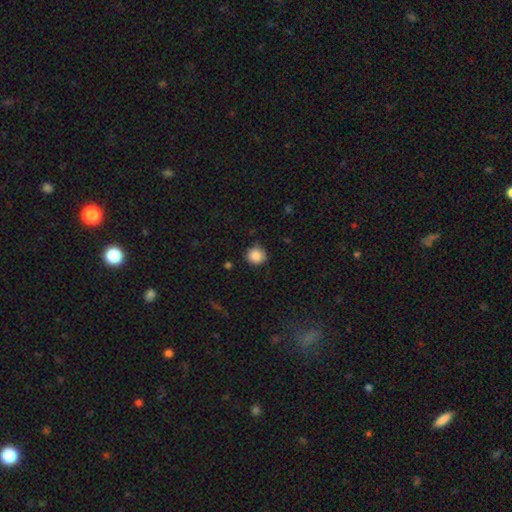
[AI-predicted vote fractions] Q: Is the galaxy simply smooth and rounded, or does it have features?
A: smooth — 88%.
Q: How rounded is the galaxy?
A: round — 89%.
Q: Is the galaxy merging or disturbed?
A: none — 80%.